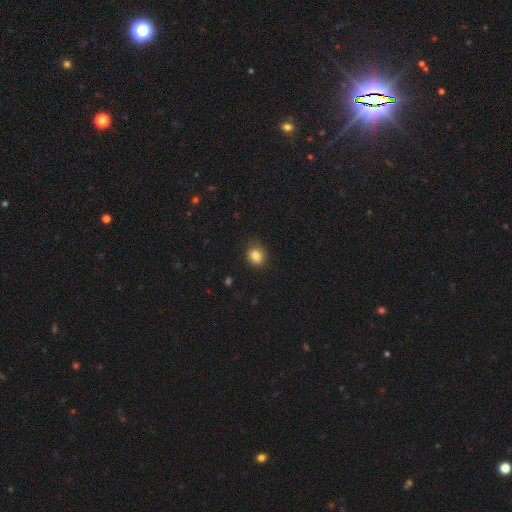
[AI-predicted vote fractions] A smooth galaxy with no disk features (84%) that is round (65%).

Vote fractions:
- Smooth or featured? smooth: 84% / star or artifact: 10% / featured or disk: 6%
- How rounded? round: 65% / in between: 34% / cigar-shaped: 1%
- Merging? none: 78% / minor disturbance: 18% / major disturbance: 4% / merger: 1%